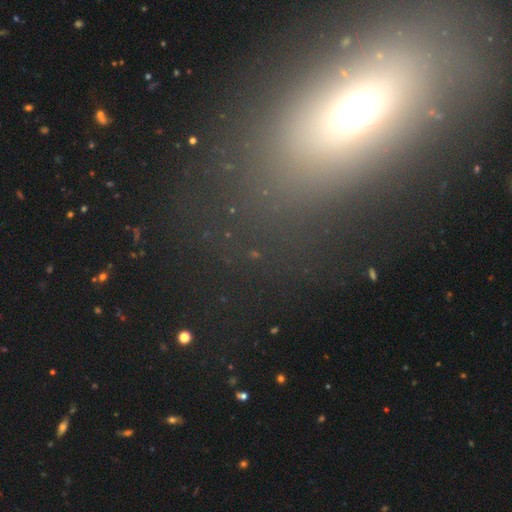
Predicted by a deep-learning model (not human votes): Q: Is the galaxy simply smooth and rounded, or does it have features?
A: smooth — 43%.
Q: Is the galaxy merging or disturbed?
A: none — 70%.